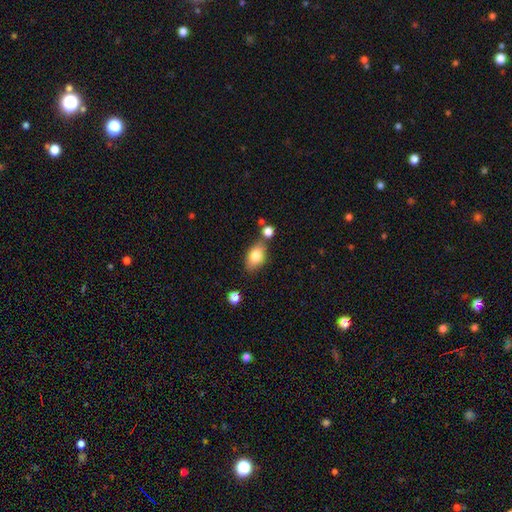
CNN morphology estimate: type=smooth (80%); roundness=in between (83%); merging=none (68%).